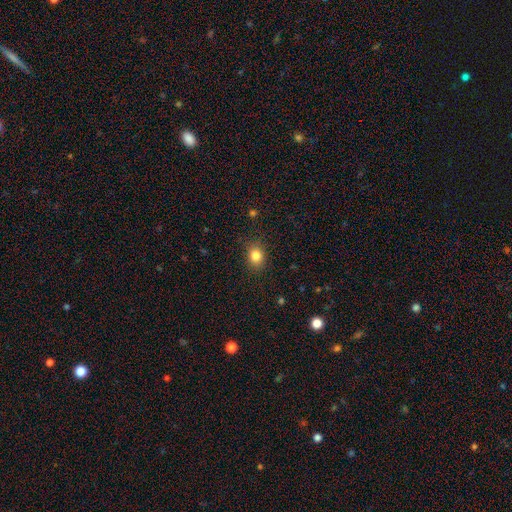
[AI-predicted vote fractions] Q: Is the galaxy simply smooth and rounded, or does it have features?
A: smooth — 83%.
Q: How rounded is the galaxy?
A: round — 54%.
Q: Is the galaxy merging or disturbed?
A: none — 86%.